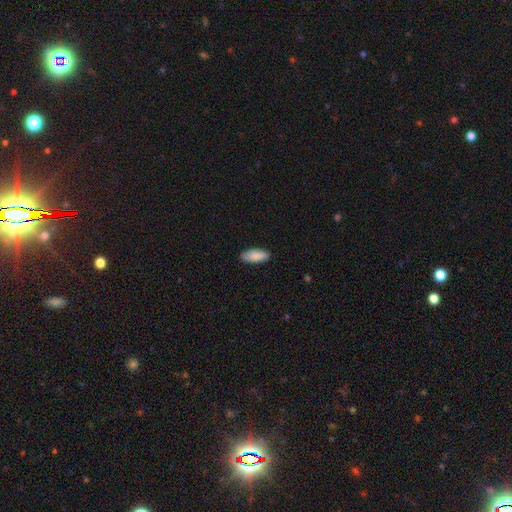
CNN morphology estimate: type=smooth (87%); roundness=in between (82%); merging=none (86%).